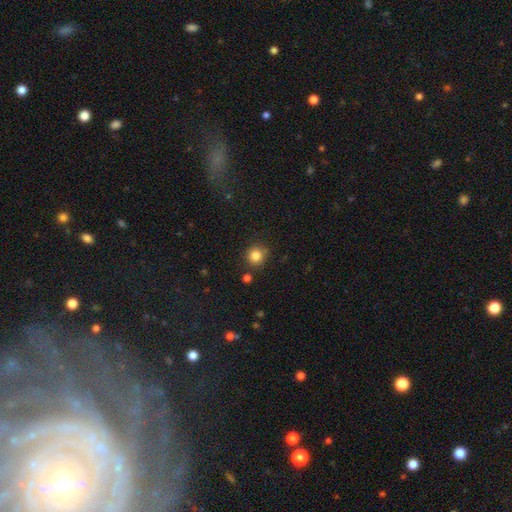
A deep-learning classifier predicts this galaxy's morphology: The model was most divided on "smooth or featured": smooth: 83%, star or artifact: 12%, featured or disk: 5%. More confident: how rounded — round (92%); merging — none (83%).